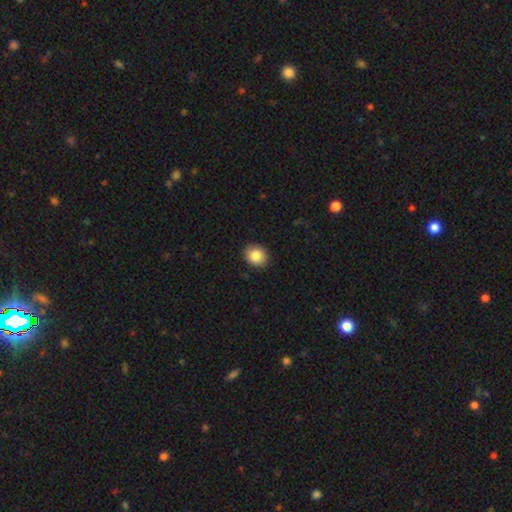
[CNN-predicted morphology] Smooth or featured?
  - smooth: 86% *
  - star or artifact: 8%
  - featured or disk: 6%
How rounded?
  - round: 64% *
  - in between: 35%
  - cigar-shaped: 1%
Merging?
  - none: 90% *
  - minor disturbance: 7%
  - major disturbance: 2%
  - merger: 1%